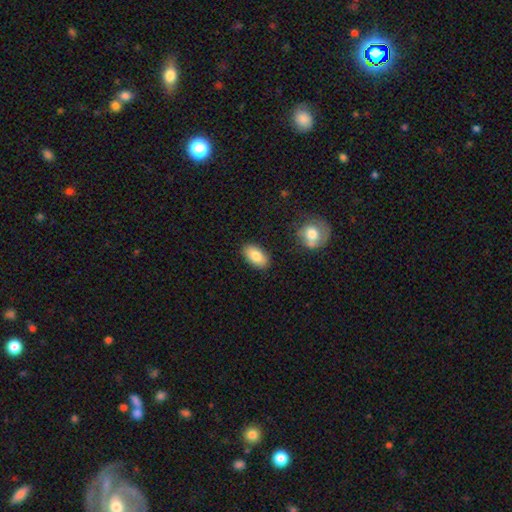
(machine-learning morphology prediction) This appears to be a smooth galaxy with no disk features (83%) that is in between round and cigar-shaped (92%). Merging: none (86%).